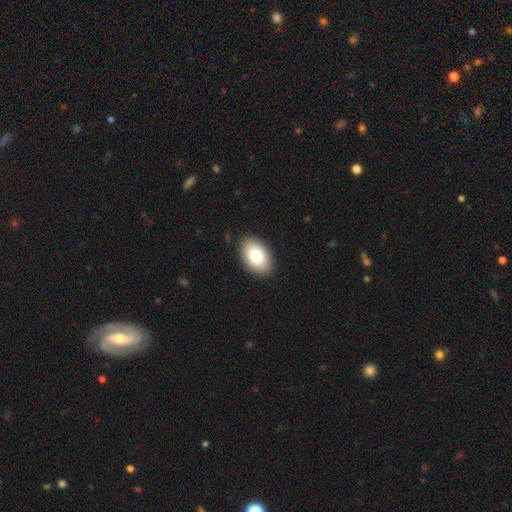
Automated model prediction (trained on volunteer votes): This appears to be a smooth galaxy with no disk features (83%) that is in between round and cigar-shaped (92%). Merging: none (89%).